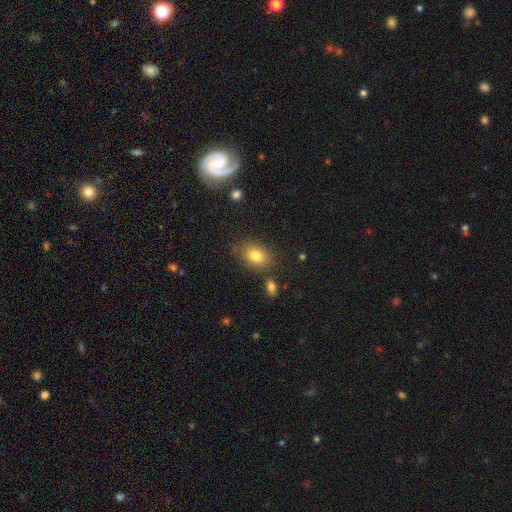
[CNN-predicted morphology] Smooth or featured: smooth — 81% (star or artifact — 10%)
How rounded: in between — 72% (round — 27%)
Merging: none — 77% (minor disturbance — 13%)